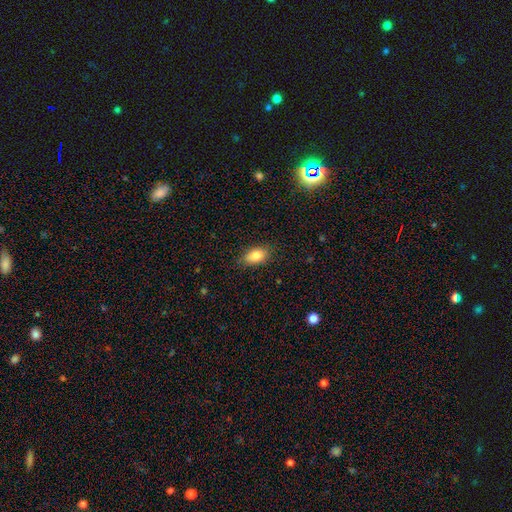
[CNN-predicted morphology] Smooth or featured? smooth (84%)
How rounded? in between (88%)
Merging? none (82%)